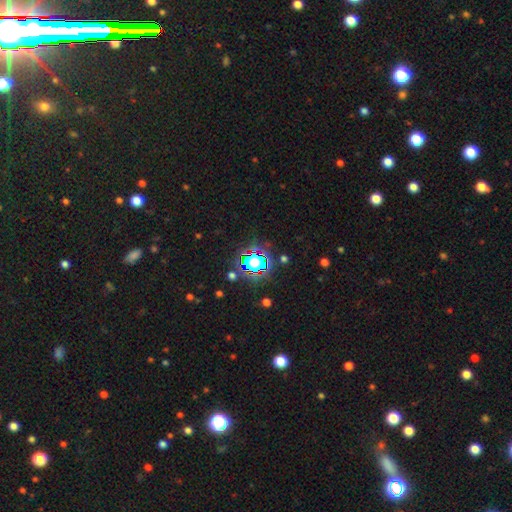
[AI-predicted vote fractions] This is likely a star or artifact rather than a galaxy (78%).